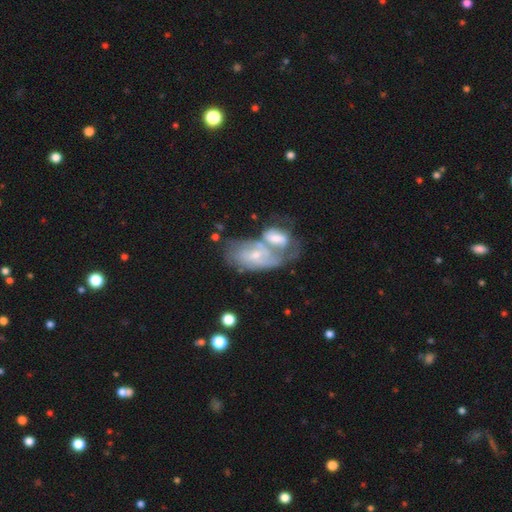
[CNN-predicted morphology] Smooth or featured? featured or disk (65%)
Edge-on disk? no (94%)
Bar? no (58%)
Spiral arms? yes (74%)
Bulge size? small (57%)
Merging? merger (58%)